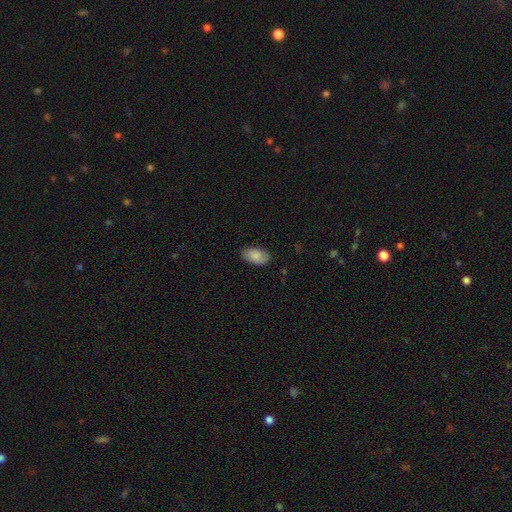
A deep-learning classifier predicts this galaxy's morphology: Smooth or featured: smooth — 85% (featured or disk — 9%)
How rounded: in between — 94% (round — 4%)
Merging: none — 83% (minor disturbance — 13%)